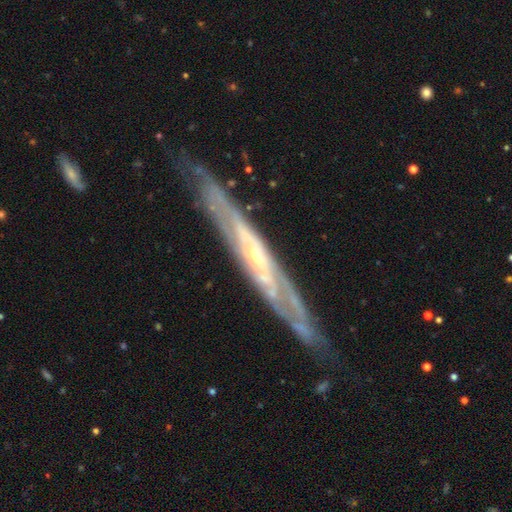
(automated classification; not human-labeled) Overall: featured or disk (85%). Edge-on disk: yes (60%; no 40%). Edge-on bulge: rounded (51%; none 45%). Merging: none (79%).